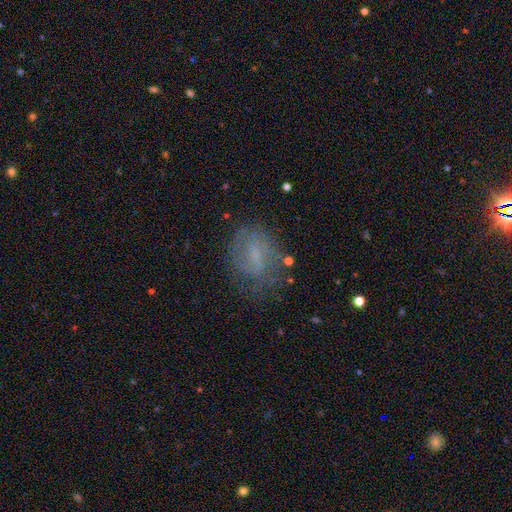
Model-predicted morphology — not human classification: The model was most divided on "bulge size": small: 48%, none: 35%, moderate: 15%, large: 2%, dominant: 1%. More confident: edge-on disk — no (96%); spiral arms — yes (77%); merging — none (66%); smooth or featured — featured or disk (57%); bar — weak (52%).